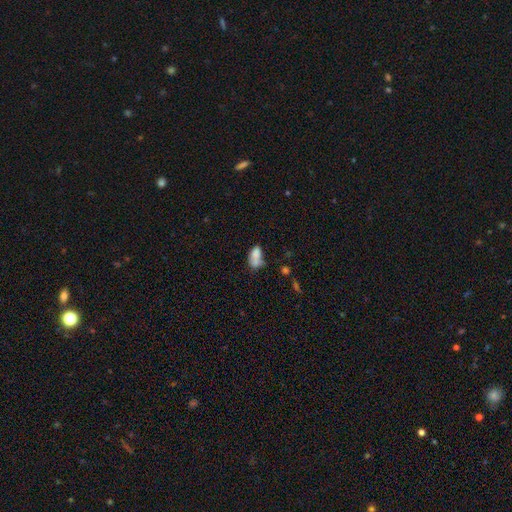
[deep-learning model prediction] Smooth or featured? smooth (76%)
How rounded? in between (89%)
Merging? merger (33%)